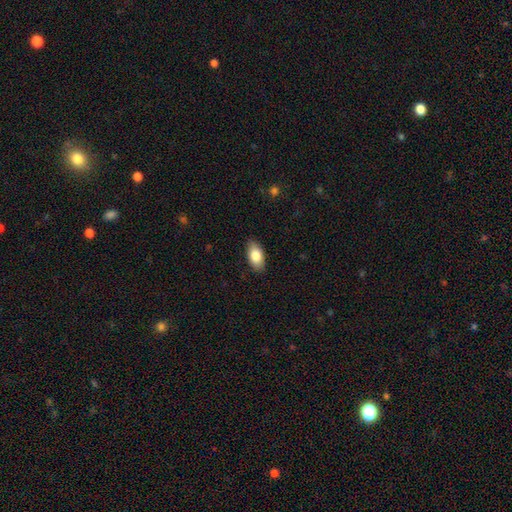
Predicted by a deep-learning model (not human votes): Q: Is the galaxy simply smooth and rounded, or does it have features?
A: smooth — 82%.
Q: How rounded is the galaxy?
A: in between — 92%.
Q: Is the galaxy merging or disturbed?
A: none — 87%.